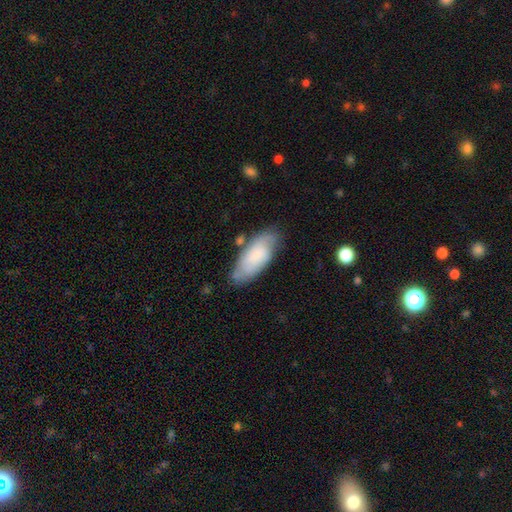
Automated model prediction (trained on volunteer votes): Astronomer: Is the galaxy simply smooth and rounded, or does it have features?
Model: smooth — 66%.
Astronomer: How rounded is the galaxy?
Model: in between — 83%.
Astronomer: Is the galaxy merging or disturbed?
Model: none — 68%.